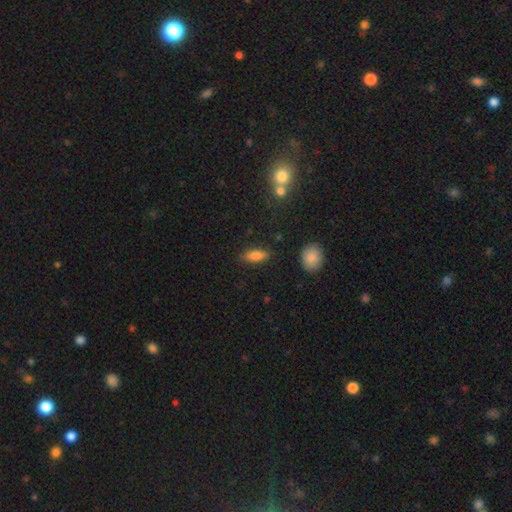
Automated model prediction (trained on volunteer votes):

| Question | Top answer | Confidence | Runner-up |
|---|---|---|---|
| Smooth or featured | smooth | 80% | featured or disk (11%) |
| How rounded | in between | 73% | cigar-shaped (24%) |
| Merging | none | 85% | minor disturbance (11%) |